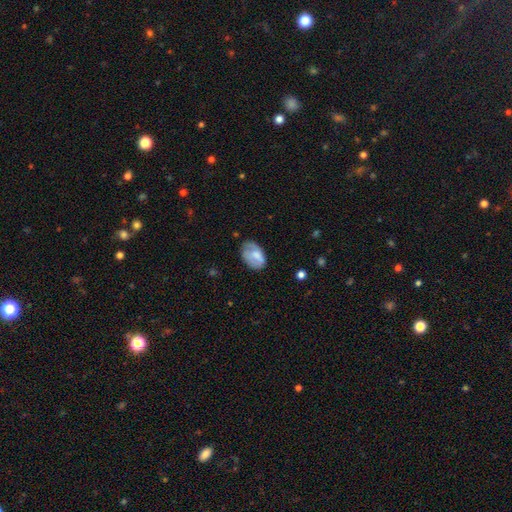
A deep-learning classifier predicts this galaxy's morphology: Q: Smooth or featured?
A: smooth (67%); runner-up: featured or disk (26%)
Q: How rounded?
A: in between (87%); runner-up: round (11%)
Q: Merging?
A: none (56%); runner-up: minor disturbance (30%)